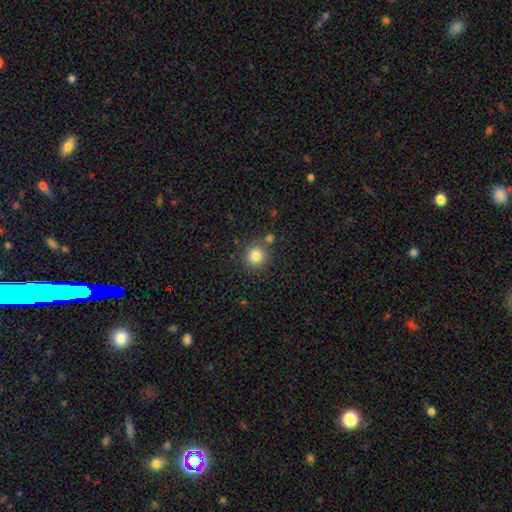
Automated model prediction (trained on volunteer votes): Smooth or featured? smooth (83%)
How rounded? round (91%)
Merging? none (77%)